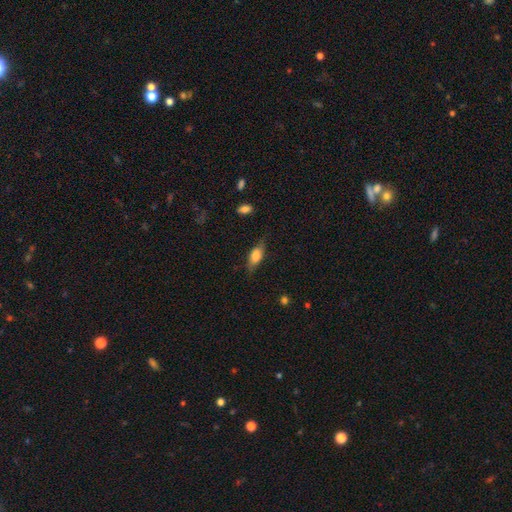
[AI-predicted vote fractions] Smooth or featured: smooth — 67% (featured or disk — 26%)
How rounded: in between — 73% (cigar-shaped — 23%)
Merging: none — 71% (minor disturbance — 22%)